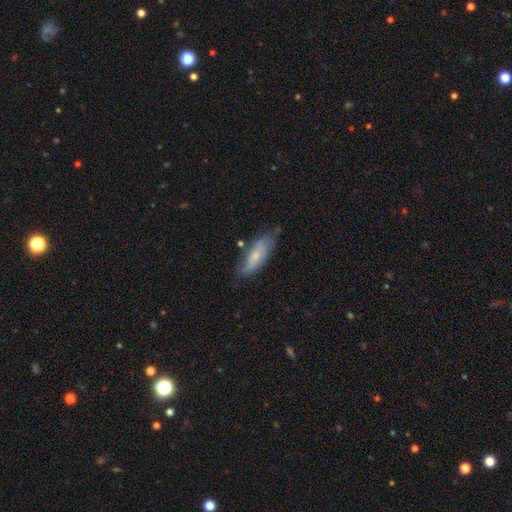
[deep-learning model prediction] Smooth or featured?
  - smooth: 57% *
  - featured or disk: 36%
  - star or artifact: 7%
How rounded?
  - in between: 62% *
  - cigar-shaped: 36%
  - round: 2%
Merging?
  - none: 63% *
  - minor disturbance: 26%
  - major disturbance: 7%
  - merger: 4%